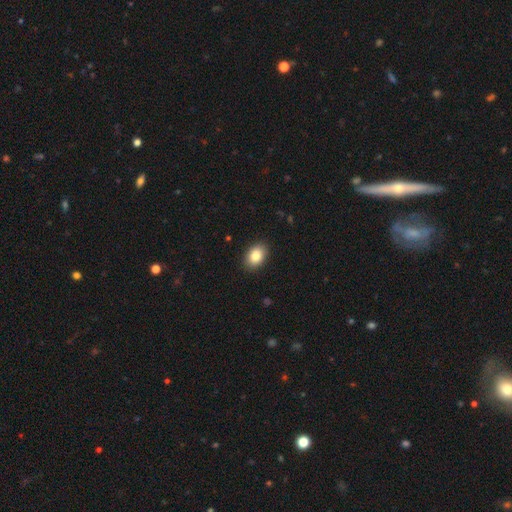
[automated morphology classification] This is clearly a smooth galaxy (85%). How rounded: likely in between (78%). Merging: clearly none (89%).